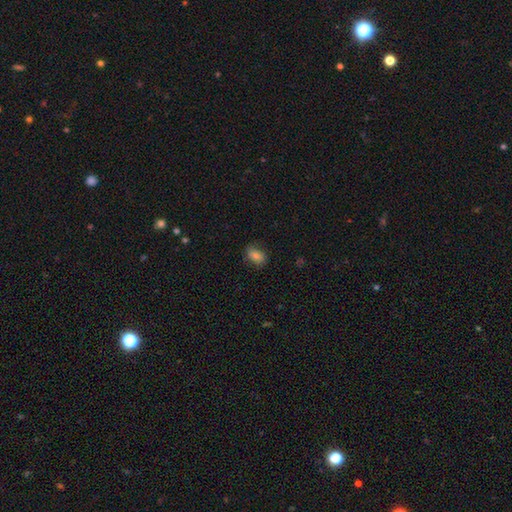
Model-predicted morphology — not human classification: This is likely a smooth galaxy (73%). How rounded: likely in between (77%). Merging: likely none (75%).